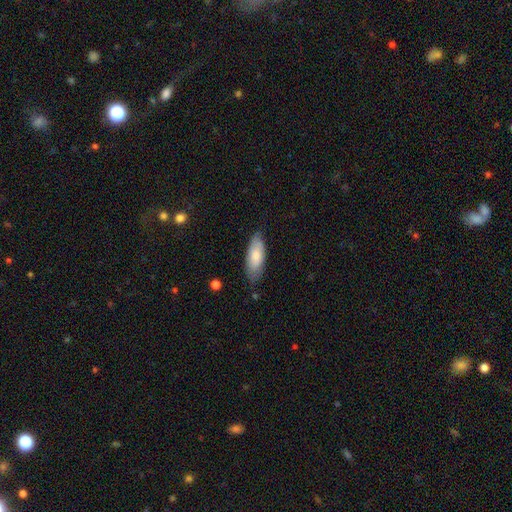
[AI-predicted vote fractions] Overall: smooth (77%). How rounded: in between (76%). Merging: none (72%).